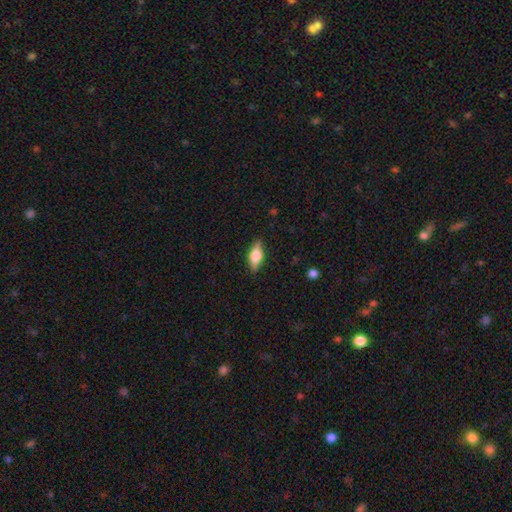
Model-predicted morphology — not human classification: This appears to be a smooth galaxy with no disk features (53%) that is in between round and cigar-shaped (71%). Merging: none (87%).